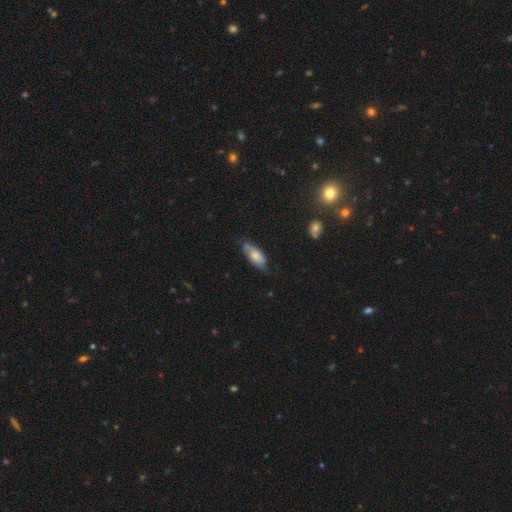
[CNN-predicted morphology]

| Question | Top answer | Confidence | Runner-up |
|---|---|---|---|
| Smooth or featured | smooth | 60% | featured or disk (33%) |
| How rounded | in between | 82% | cigar-shaped (16%) |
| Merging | none | 64% | minor disturbance (28%) |